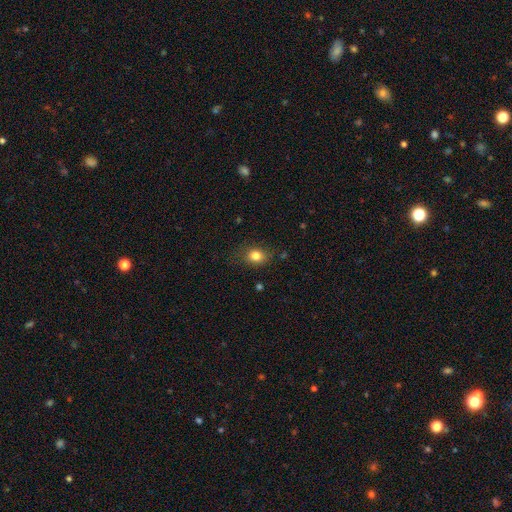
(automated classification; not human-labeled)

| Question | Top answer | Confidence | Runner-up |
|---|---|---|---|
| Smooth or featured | smooth | 81% | star or artifact (11%) |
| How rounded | round | 50% | in between (49%) |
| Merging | none | 79% | minor disturbance (16%) |